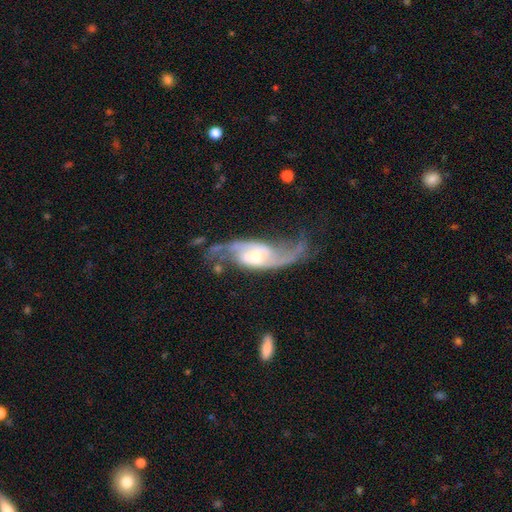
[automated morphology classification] smooth-or-featured: featured or disk: 89% | smooth: 6% | star or artifact: 5%
  disk-edge-on: no: 94% | yes: 6%
    bar: no: 45% | weak: 40% | strong: 16%
    has-spiral-arms: yes: 97% | no: 3%
      spiral-winding: loose: 59% | medium: 32% | tight: 9%
      spiral-arm-count: 2: 91% | can't tell: 3% | 1: 2% | 3: 2% | 4: 1% | more than 4: 1%
    bulge-size: moderate: 60% | small: 27% | large: 10% | none: 2% | dominant: 1%
  merging: none: 60% | minor disturbance: 20% | major disturbance: 17% | merger: 4%